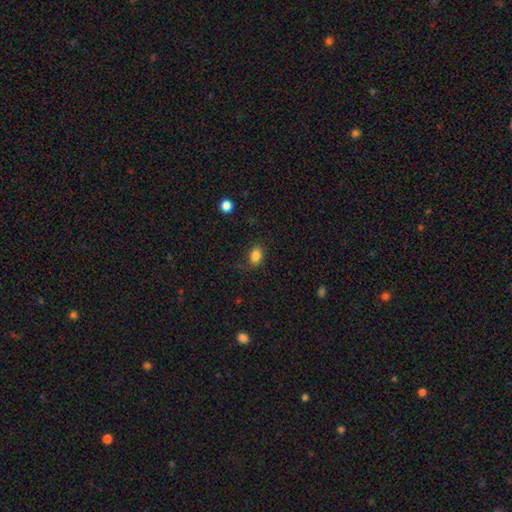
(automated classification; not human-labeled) Smooth or featured? Predicted: smooth (p=0.84). How rounded? Predicted: in between (p=0.72). Merging? Predicted: none (p=0.81).